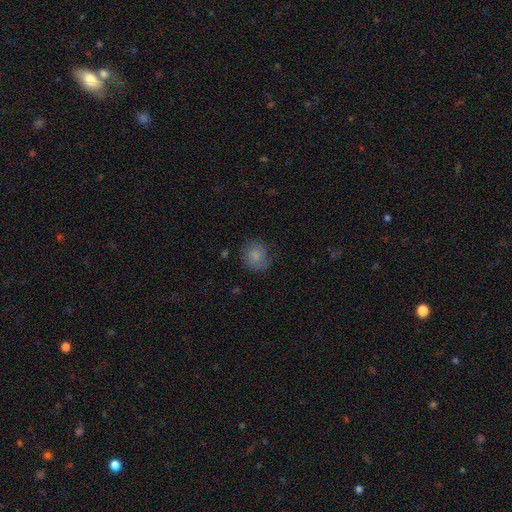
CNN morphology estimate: Smooth or featured: smooth — 82% (featured or disk — 9%)
How rounded: round — 78% (in between — 21%)
Merging: none — 74% (minor disturbance — 19%)